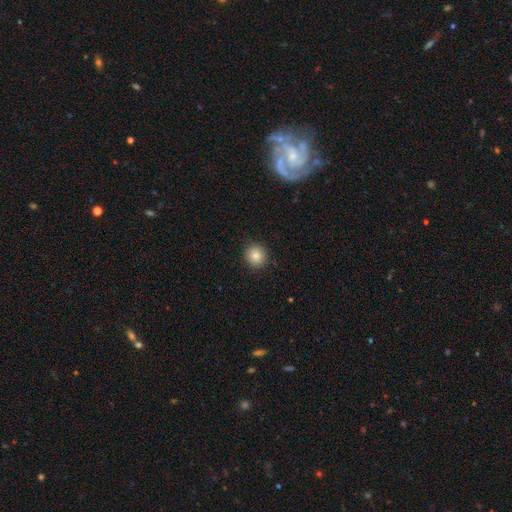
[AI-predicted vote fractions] Q: Smooth or featured?
A: smooth (85%); runner-up: star or artifact (10%)
Q: How rounded?
A: round (92%); runner-up: in between (7%)
Q: Merging?
A: none (92%); runner-up: minor disturbance (6%)